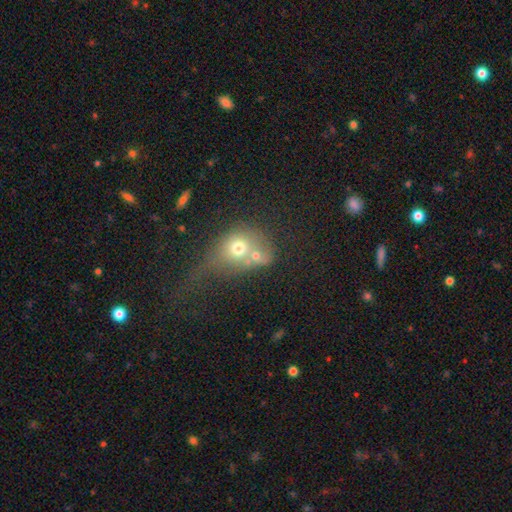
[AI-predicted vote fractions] Q: Smooth or featured?
A: smooth (63%); runner-up: featured or disk (22%)
Q: How rounded?
A: round (60%); runner-up: in between (39%)
Q: Merging?
A: merger (57%); runner-up: none (21%)